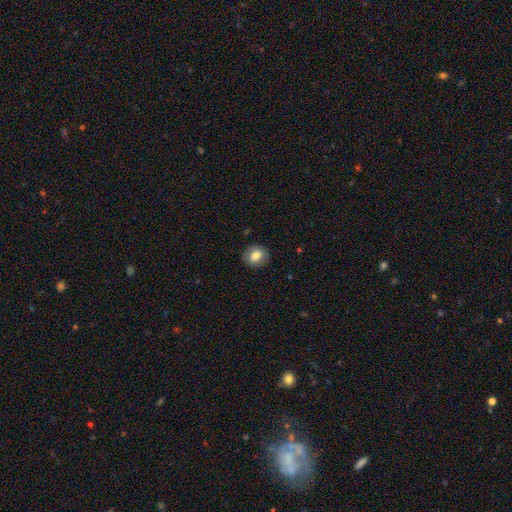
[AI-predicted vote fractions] Smooth or featured? smooth (77%)
How rounded? round (65%)
Merging? none (87%)